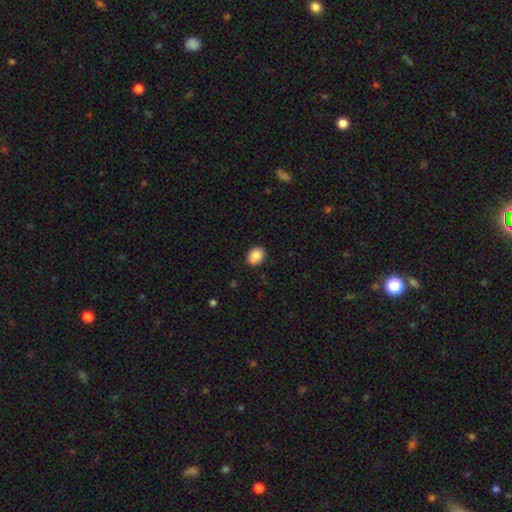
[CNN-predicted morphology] smooth 87%, star or artifact 8%, featured or disk 5%. Down the decision tree: how rounded — in between (53%); merging — none (84%).